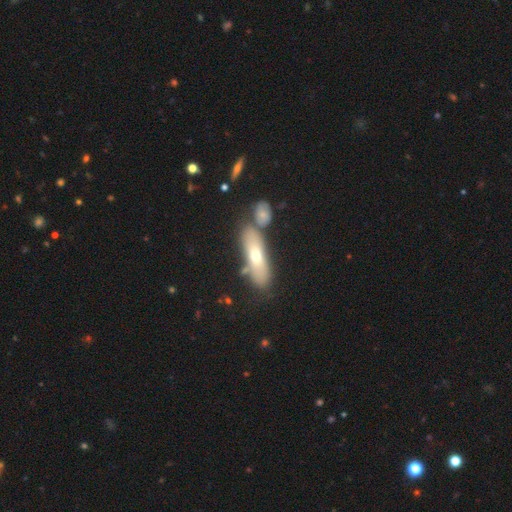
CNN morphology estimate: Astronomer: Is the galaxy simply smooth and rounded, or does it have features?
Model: featured or disk — 48% (runner-up: smooth, 43%).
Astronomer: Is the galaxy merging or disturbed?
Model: none — 62%.